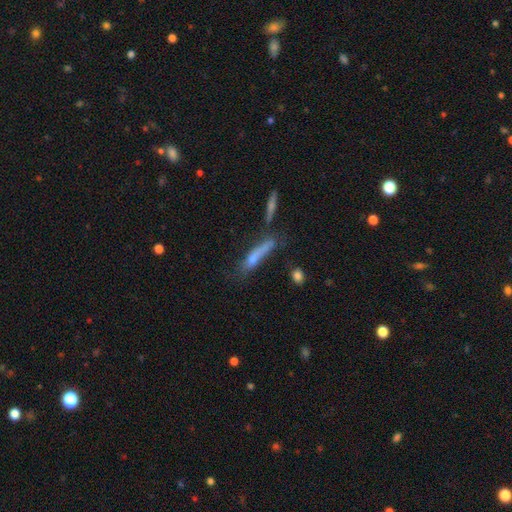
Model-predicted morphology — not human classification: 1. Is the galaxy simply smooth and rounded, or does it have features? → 55% smooth, 33% featured or disk, 13% star or artifact.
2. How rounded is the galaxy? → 81% cigar-shaped, 16% in between, 3% round.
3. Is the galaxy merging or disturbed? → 44% none, 21% minor disturbance, 20% merger, 16% major disturbance.